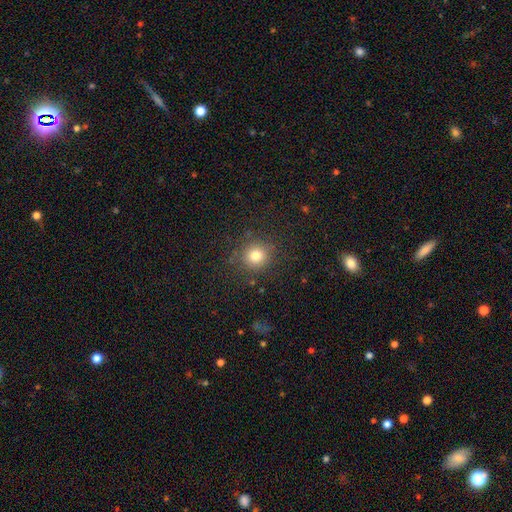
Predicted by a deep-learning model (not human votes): Smooth or featured? Predicted: smooth (p=0.78). How rounded? Predicted: round (p=0.89). Merging? Predicted: none (p=0.86).